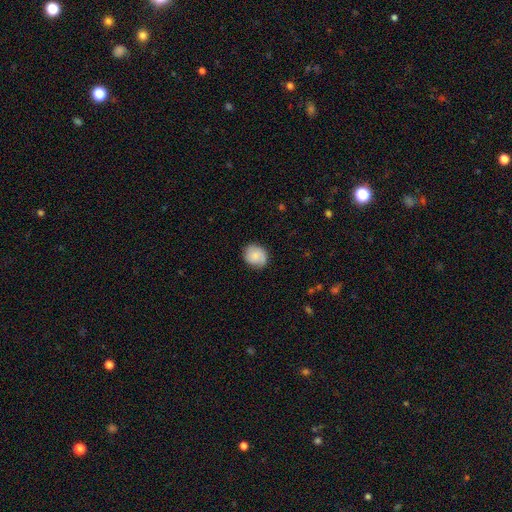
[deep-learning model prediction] The model was most divided on "smooth or featured": smooth: 72%, featured or disk: 21%, star or artifact: 7%. More confident: merging — none (78%); how rounded — round (77%).